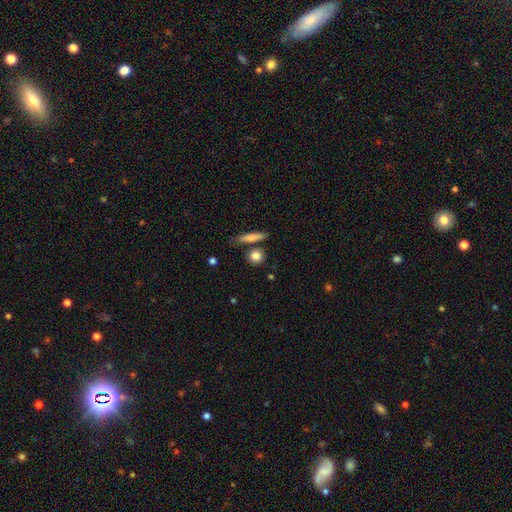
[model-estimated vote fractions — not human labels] A smooth galaxy with no disk features (84%) that is round (73%).

Vote fractions:
- Smooth or featured? smooth: 84% / featured or disk: 8% / star or artifact: 8%
- How rounded? round: 73% / in between: 18% / cigar-shaped: 9%
- Merging? none: 75% / minor disturbance: 11% / merger: 11% / major disturbance: 3%